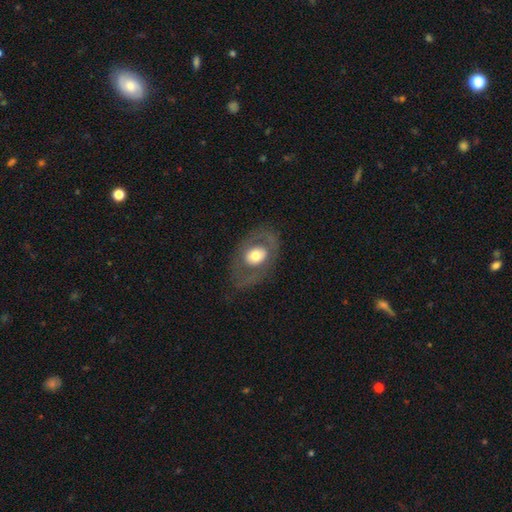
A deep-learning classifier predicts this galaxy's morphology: smooth-or-featured: featured or disk: 50% | smooth: 43% | star or artifact: 7%
  disk-edge-on: no: 92% | yes: 8%
  merging: none: 70% | minor disturbance: 16% | major disturbance: 13% | merger: 1%